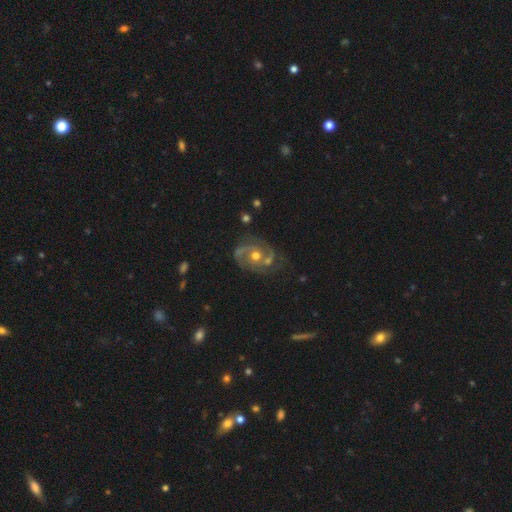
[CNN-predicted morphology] type=featured or disk (84%); edge-on=no (98%); bar=no (72%); spiral arms=yes (94%); winding=medium (52%); arm count=2 (73%); bulge=moderate (76%); merging=none (58%).